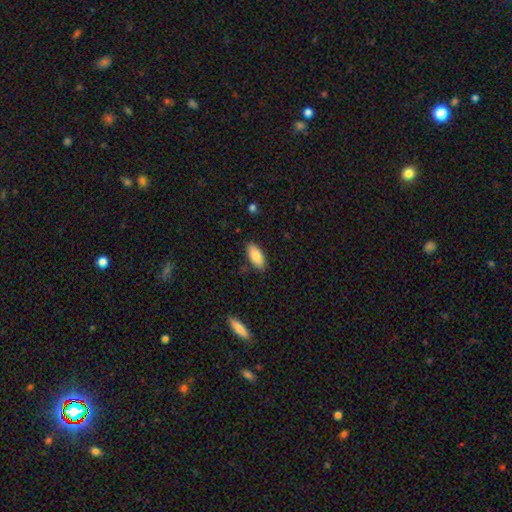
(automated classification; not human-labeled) Q: Smooth or featured?
A: smooth (83%); runner-up: featured or disk (10%)
Q: How rounded?
A: in between (89%); runner-up: cigar-shaped (9%)
Q: Merging?
A: none (86%); runner-up: minor disturbance (10%)